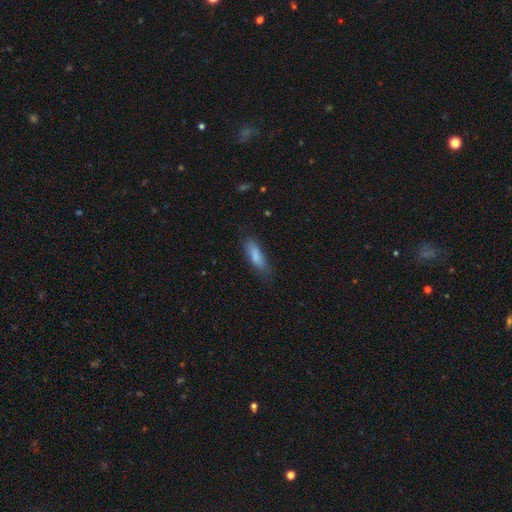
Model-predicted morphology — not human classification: smooth 84%, featured or disk 9%, star or artifact 7%. Down the decision tree: how rounded — in between (57%); merging — none (72%).